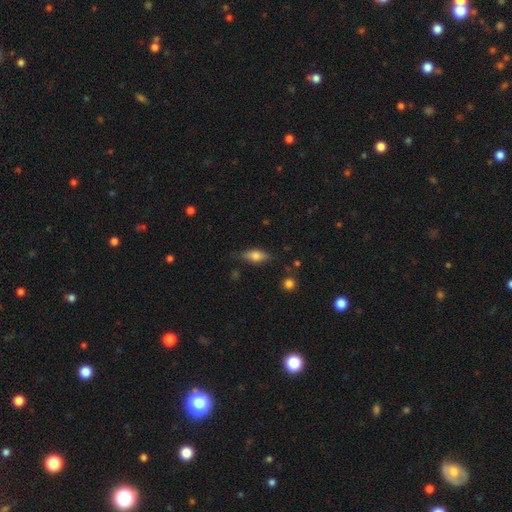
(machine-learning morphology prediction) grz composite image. It shows a smooth galaxy with no disk features (61%) that is in between round and cigar-shaped (70%). Merging: none (75%).